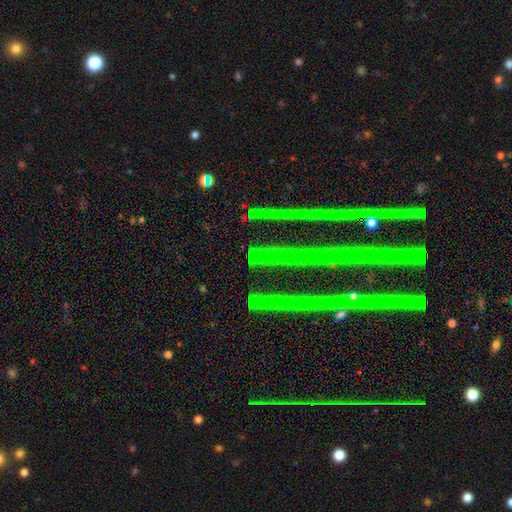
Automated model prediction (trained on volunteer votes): star or artifact 80%, featured or disk 10%, smooth 10%.